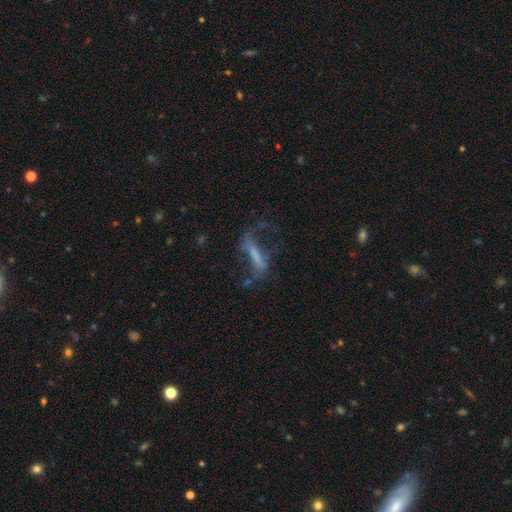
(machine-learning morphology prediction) The model was most divided on "merging": major disturbance: 41%, none: 36%, minor disturbance: 17%, merger: 5%. More confident: edge-on disk — no (80%); smooth or featured — featured or disk (62%).